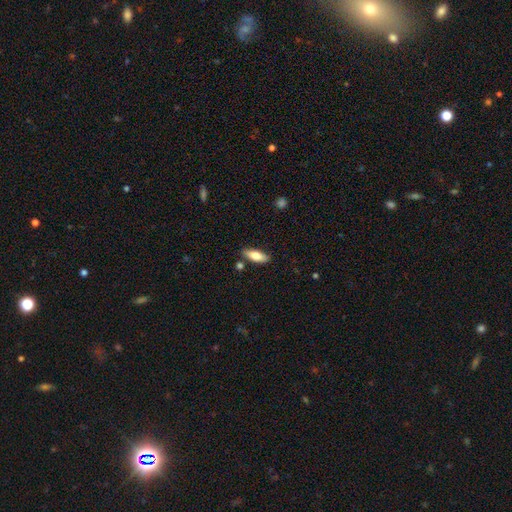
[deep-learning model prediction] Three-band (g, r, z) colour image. It shows a smooth galaxy with no disk features (73%) that is in between round and cigar-shaped (64%). Merging: none (83%).